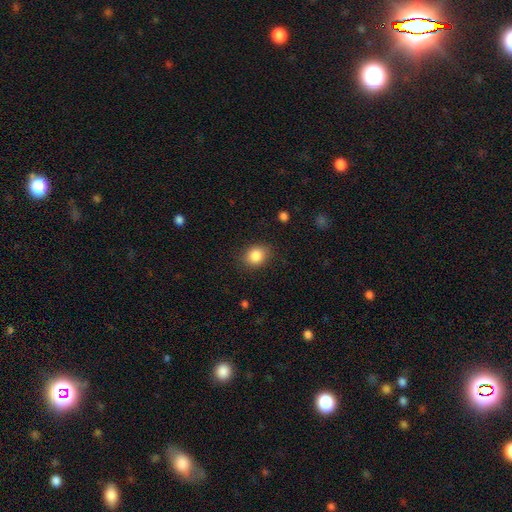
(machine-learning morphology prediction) Smooth or featured? smooth (86%)
How rounded? round (55%)
Merging? none (84%)